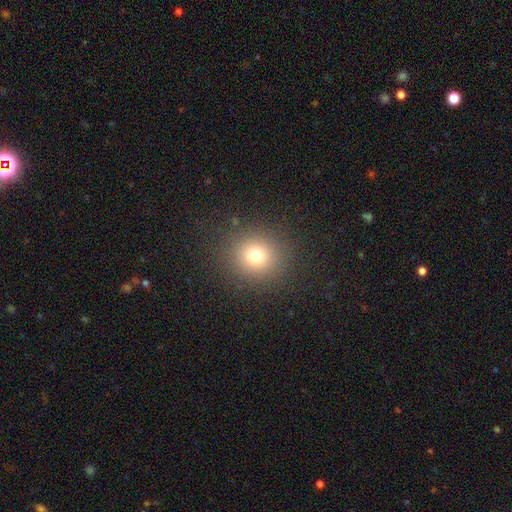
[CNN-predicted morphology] Smooth or featured? smooth (74%)
How rounded? round (90%)
Merging? none (88%)